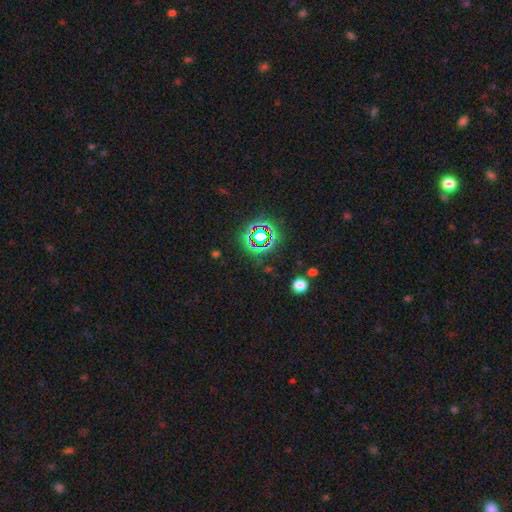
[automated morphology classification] Overall: star or artifact (52%; smooth 29%).